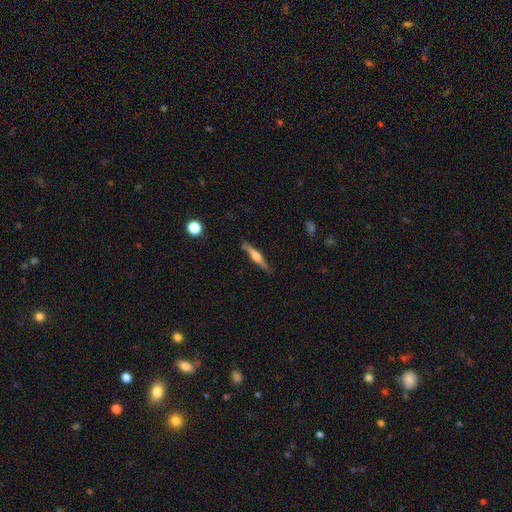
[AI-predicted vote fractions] smooth_or_featured: featured or disk (p=0.68) [alt: smooth p=0.26]
disk_edge_on: yes (p=0.97) [alt: no p=0.03]
edge_on_bulge: rounded (p=0.80) [alt: boxy p=0.15]
merging: none (p=0.85) [alt: minor disturbance p=0.11]